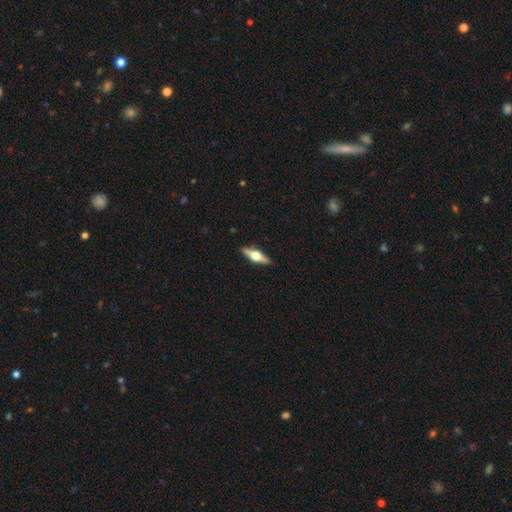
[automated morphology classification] Smooth or featured?
  - featured or disk: 68% *
  - smooth: 27%
  - star or artifact: 6%
Edge-on disk?
  - yes: 96% *
  - no: 4%
Edge-on bulge?
  - rounded: 95% *
  - boxy: 3%
  - none: 1%
Merging?
  - none: 90% *
  - minor disturbance: 7%
  - major disturbance: 2%
  - merger: 1%